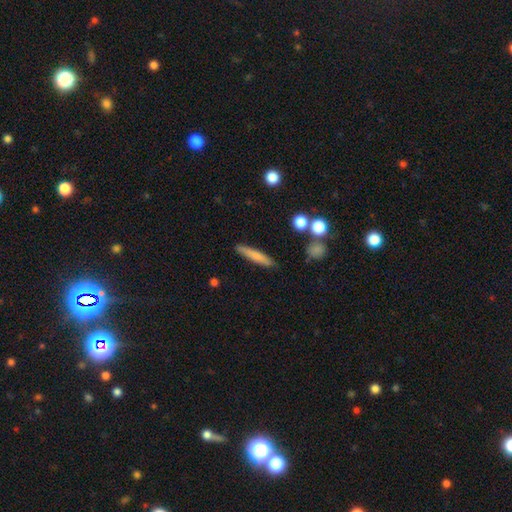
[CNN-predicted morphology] smooth 71%, featured or disk 22%, star or artifact 7%. Down the decision tree: how rounded — cigar-shaped (90%); merging — none (87%).